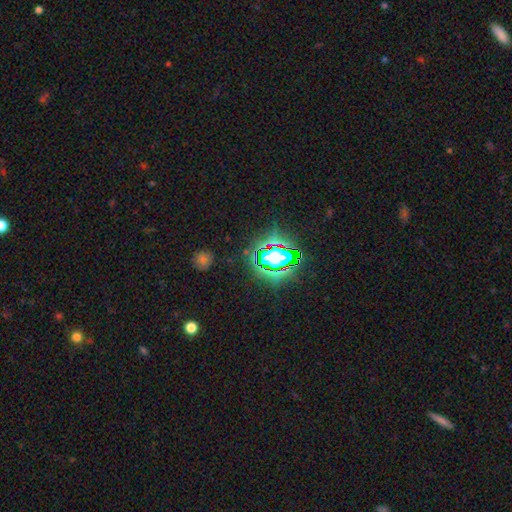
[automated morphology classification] smooth-or-featured: star or artifact: 79% | smooth: 13% | featured or disk: 8%